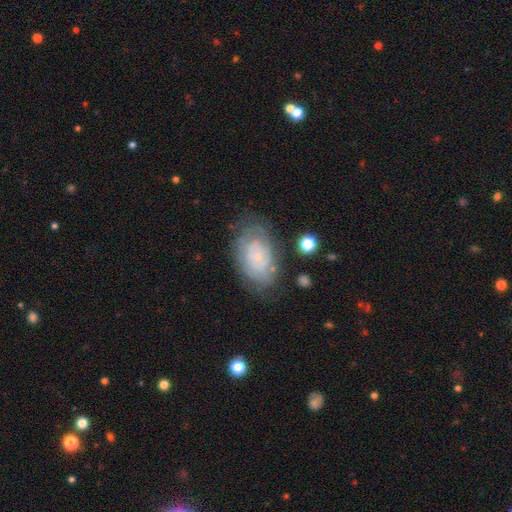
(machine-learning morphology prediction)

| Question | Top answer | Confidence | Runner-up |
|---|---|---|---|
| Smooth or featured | featured or disk | 55% | smooth (35%) |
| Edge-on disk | no | 96% | yes (4%) |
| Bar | no | 81% | weak (16%) |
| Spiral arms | yes | 70% | no (30%) |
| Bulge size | small | 70% | none (15%) |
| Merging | none | 66% | minor disturbance (21%) |